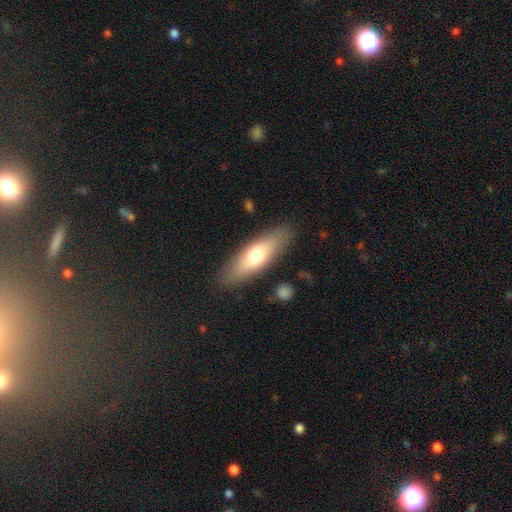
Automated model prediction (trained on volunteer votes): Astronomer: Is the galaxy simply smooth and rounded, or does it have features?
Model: smooth — 65%.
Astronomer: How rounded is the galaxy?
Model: in between — 51% (runner-up: cigar-shaped, 47%).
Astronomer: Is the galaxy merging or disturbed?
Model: none — 86%.